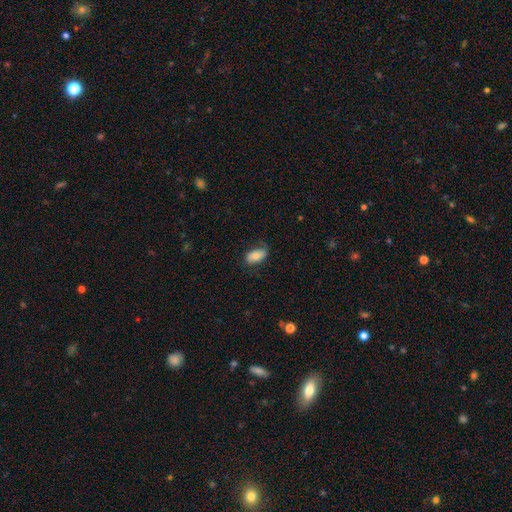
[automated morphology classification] smooth_or_featured: smooth (p=0.71) [alt: featured or disk p=0.22]
how_rounded: in between (p=0.92) [alt: round p=0.04]
merging: none (p=0.67) [alt: minor disturbance p=0.24]